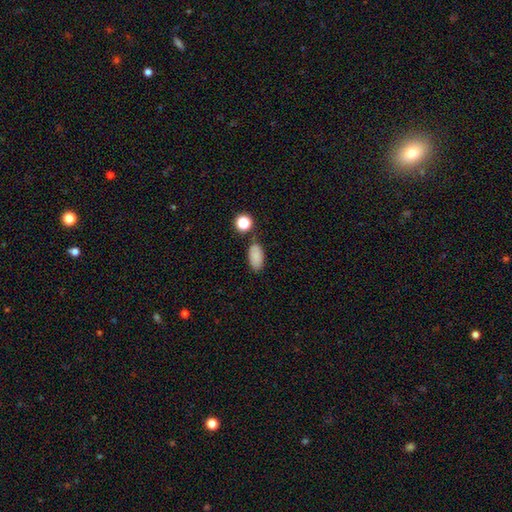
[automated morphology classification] The model was most divided on "merging": none: 74%, minor disturbance: 15%, merger: 7%, major disturbance: 4%. More confident: how rounded — in between (92%); smooth or featured — smooth (84%).